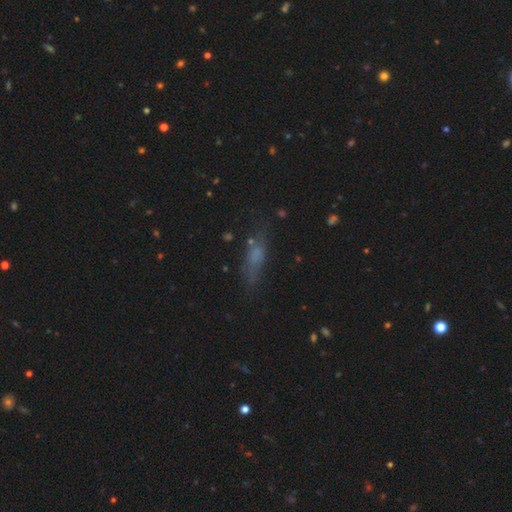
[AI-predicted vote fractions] This appears to be a smooth galaxy with no disk features (58%) that is cigar-shaped (53%). Merging: none (59%).